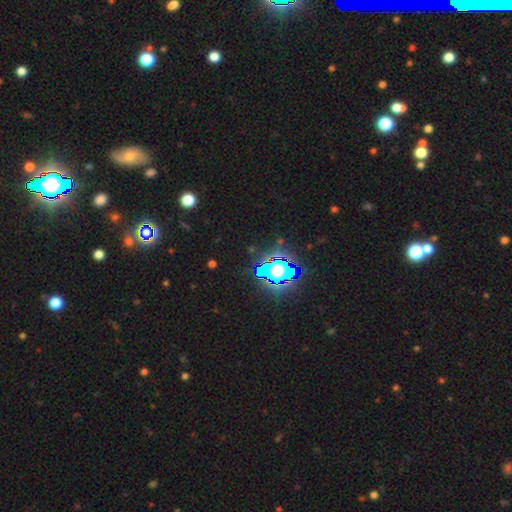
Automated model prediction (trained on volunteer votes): A star or artifact, not a galaxy (80%).